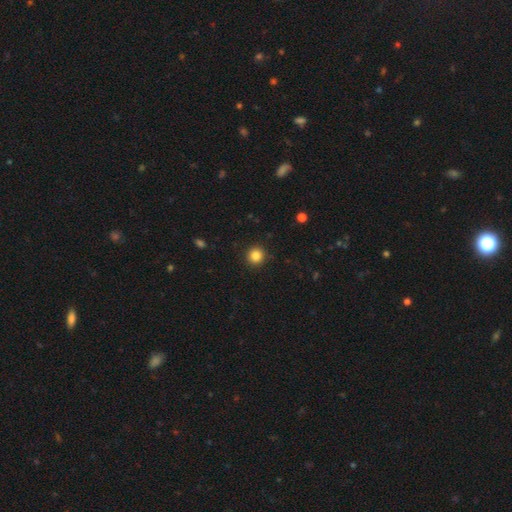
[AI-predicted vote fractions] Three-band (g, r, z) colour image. It shows a smooth galaxy with no disk features (84%) that is round (93%). Merging: none (92%).